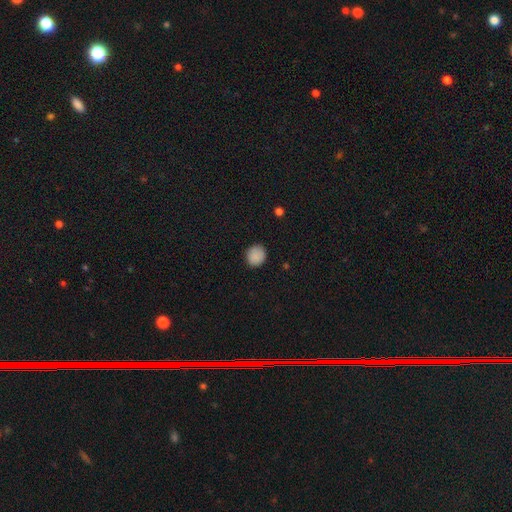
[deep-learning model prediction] Overall: smooth (88%). How rounded: round (85%). Merging: none (86%).